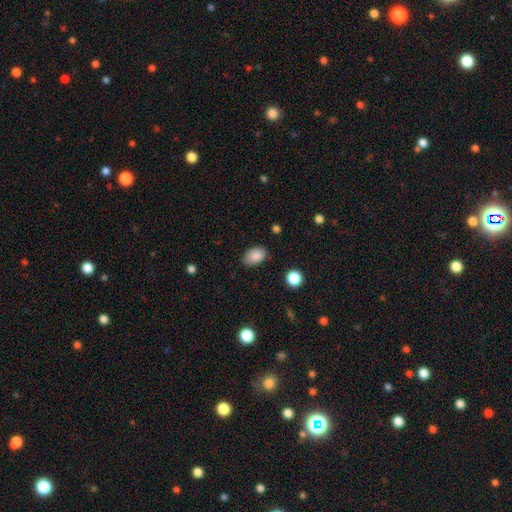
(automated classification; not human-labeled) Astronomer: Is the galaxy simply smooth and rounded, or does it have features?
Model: smooth — 87%.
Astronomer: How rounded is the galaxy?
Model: in between — 84%.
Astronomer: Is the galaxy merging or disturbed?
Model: none — 79%.